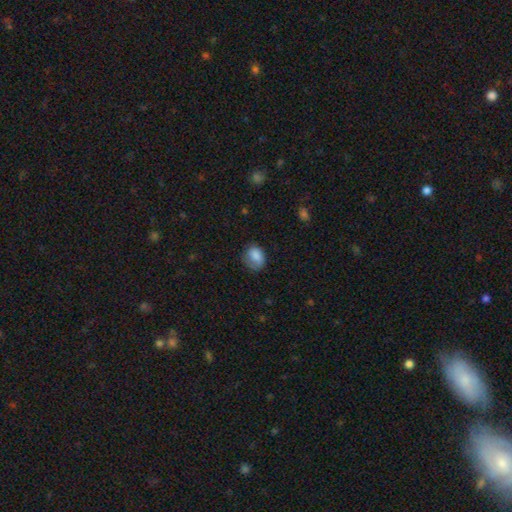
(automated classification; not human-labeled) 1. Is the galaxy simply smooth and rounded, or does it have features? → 81% smooth, 11% featured or disk, 8% star or artifact.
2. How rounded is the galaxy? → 59% in between, 40% round, 1% cigar-shaped.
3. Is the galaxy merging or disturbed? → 59% none, 27% minor disturbance, 12% major disturbance, 1% merger.